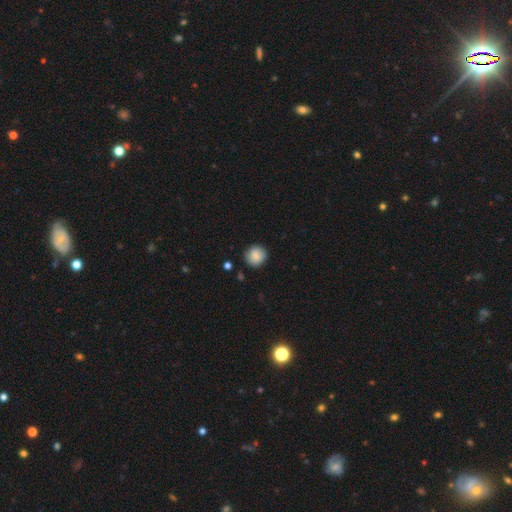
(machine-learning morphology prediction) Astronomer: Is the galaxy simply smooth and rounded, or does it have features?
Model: smooth — 87%.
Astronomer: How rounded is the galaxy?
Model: round — 91%.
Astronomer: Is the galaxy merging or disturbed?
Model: none — 88%.